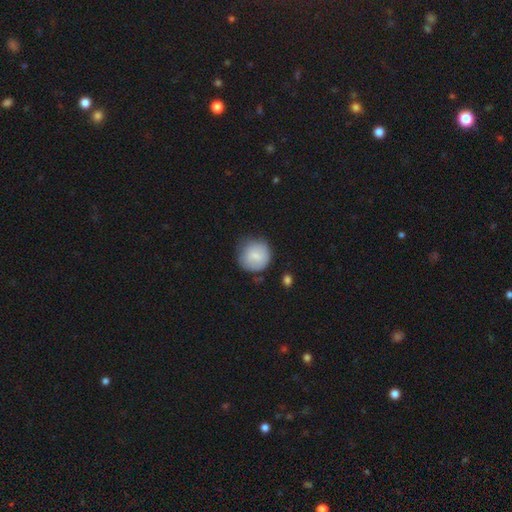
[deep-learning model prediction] The model was most divided on "merging": none: 67%, minor disturbance: 24%, major disturbance: 7%, merger: 3%. More confident: how rounded — round (91%); smooth or featured — smooth (81%).